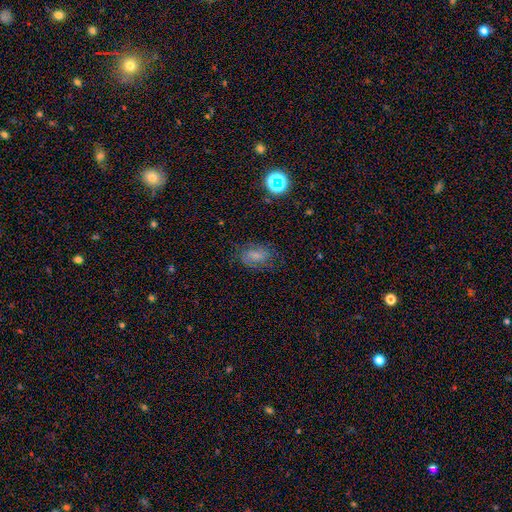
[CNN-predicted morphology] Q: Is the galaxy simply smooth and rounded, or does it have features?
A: smooth — 54%.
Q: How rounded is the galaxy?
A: in between — 82%.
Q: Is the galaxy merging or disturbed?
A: none — 69%.